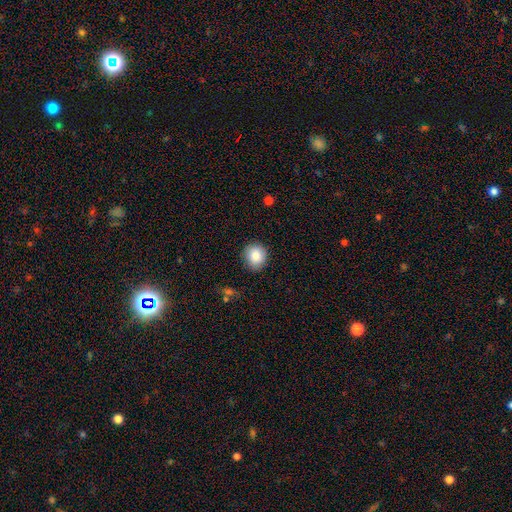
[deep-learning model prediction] smooth-or-featured: smooth: 84% | star or artifact: 9% | featured or disk: 7%
  how-rounded: round: 85% | in between: 14% | cigar-shaped: 1%
  merging: none: 88% | minor disturbance: 9% | major disturbance: 2% | merger: 1%